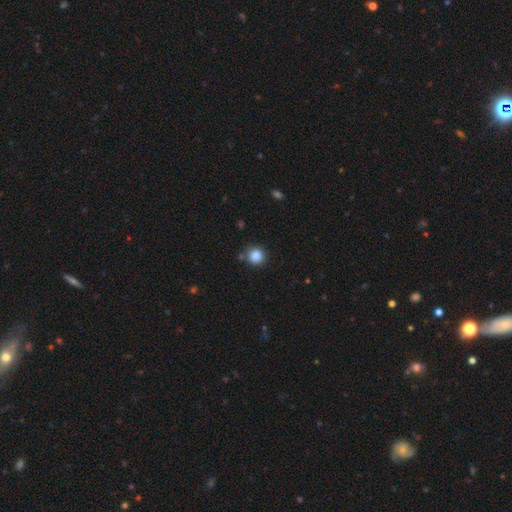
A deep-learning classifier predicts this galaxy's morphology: Q: Smooth or featured?
A: smooth (86%); runner-up: star or artifact (10%)
Q: How rounded?
A: round (89%); runner-up: in between (10%)
Q: Merging?
A: none (79%); runner-up: minor disturbance (13%)